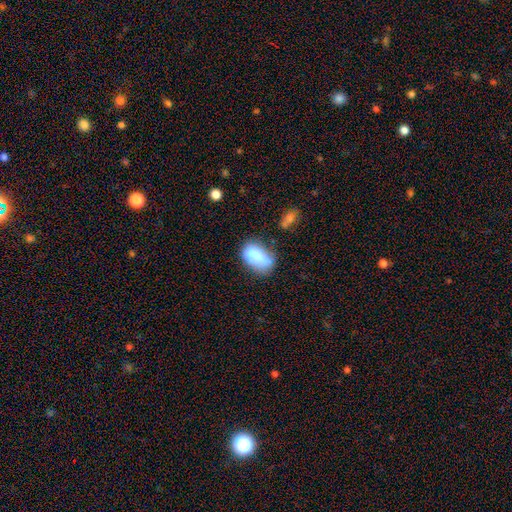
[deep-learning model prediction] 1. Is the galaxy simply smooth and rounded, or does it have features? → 63% smooth, 28% featured or disk, 9% star or artifact.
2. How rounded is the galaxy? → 86% in between, 7% round, 7% cigar-shaped.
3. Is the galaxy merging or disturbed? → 43% none, 27% minor disturbance, 15% merger, 15% major disturbance.